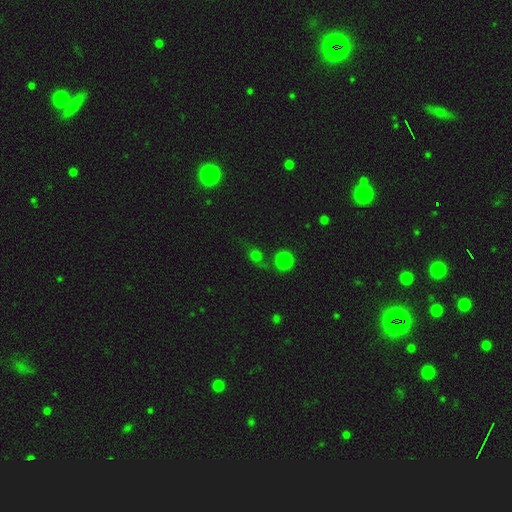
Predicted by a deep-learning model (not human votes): Smooth or featured?
  - smooth: 59% *
  - star or artifact: 26%
  - featured or disk: 15%
How rounded?
  - round: 68% *
  - in between: 29%
  - cigar-shaped: 3%
Merging?
  - none: 58% *
  - minor disturbance: 17%
  - major disturbance: 14%
  - merger: 10%